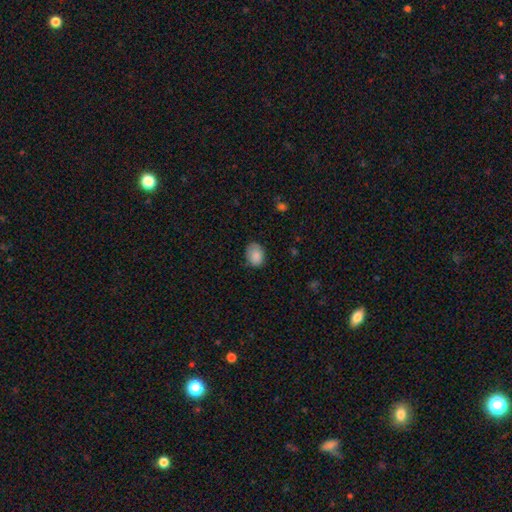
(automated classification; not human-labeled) A smooth galaxy with no disk features (87%) that is in between round and cigar-shaped (65%).

Vote fractions:
- Smooth or featured? smooth: 87% / star or artifact: 7% / featured or disk: 6%
- How rounded? in between: 65% / round: 34% / cigar-shaped: 1%
- Merging? none: 75% / minor disturbance: 20% / major disturbance: 4% / merger: 1%